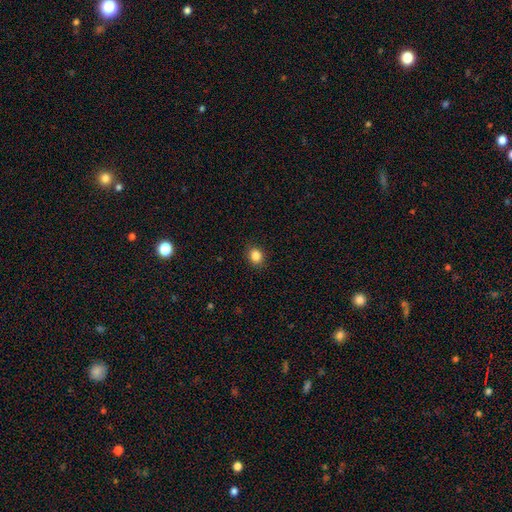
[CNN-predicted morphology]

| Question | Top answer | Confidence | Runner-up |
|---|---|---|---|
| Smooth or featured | smooth | 85% | star or artifact (11%) |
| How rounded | round | 68% | in between (31%) |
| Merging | none | 90% | minor disturbance (7%) |